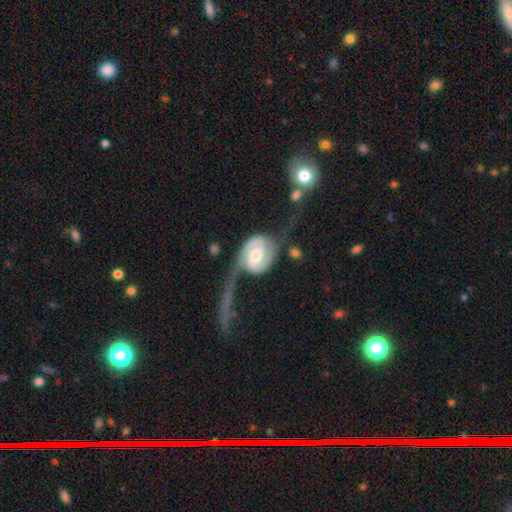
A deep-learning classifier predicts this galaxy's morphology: Smooth or featured? Predicted: featured or disk (p=0.87). Edge-on disk? Predicted: no (p=0.98). Bar? Predicted: weak (p=0.42). Spiral arms? Predicted: yes (p=0.96). Spiral winding? Predicted: medium (p=0.36, tied with loose). Spiral arm count? Predicted: 2 (p=0.90). Bulge size? Predicted: moderate (p=0.62). Merging? Predicted: major disturbance (p=0.46).